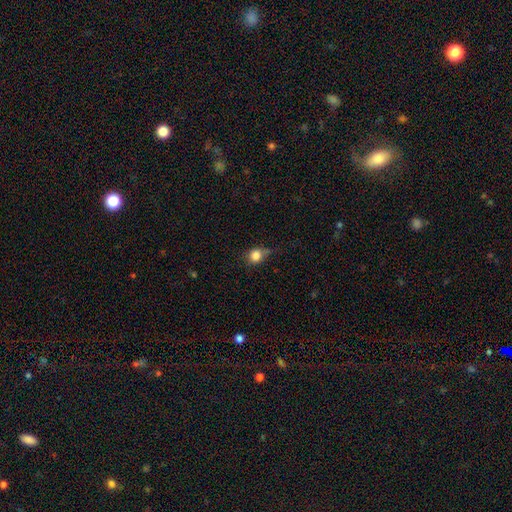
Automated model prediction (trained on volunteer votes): Overall: smooth (81%). How rounded: round (74%). Merging: none (55%; minor disturbance 33%).